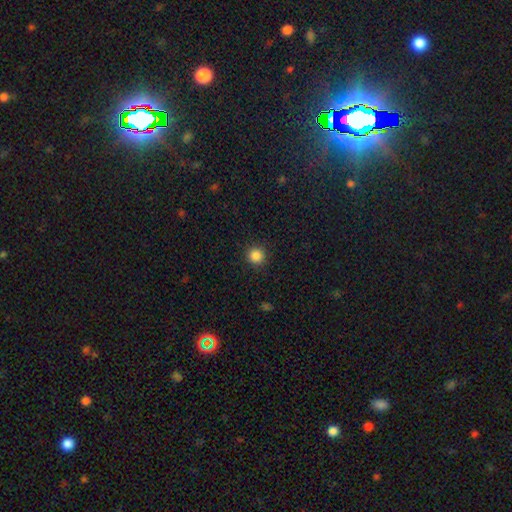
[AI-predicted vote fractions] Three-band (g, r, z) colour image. It shows a smooth galaxy with no disk features (86%) that is round (94%). Merging: none (91%).